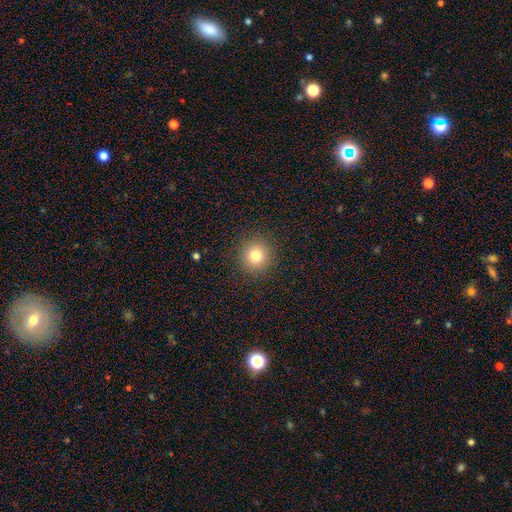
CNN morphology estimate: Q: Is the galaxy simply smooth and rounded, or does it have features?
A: smooth — 80%.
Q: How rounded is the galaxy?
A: round — 93%.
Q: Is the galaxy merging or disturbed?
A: none — 91%.